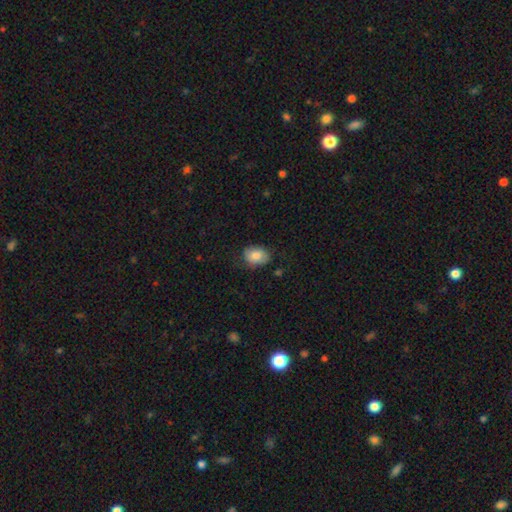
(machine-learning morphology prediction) A smooth galaxy with no disk features (81%) that is in between round and cigar-shaped (72%). Merging: none (76%).